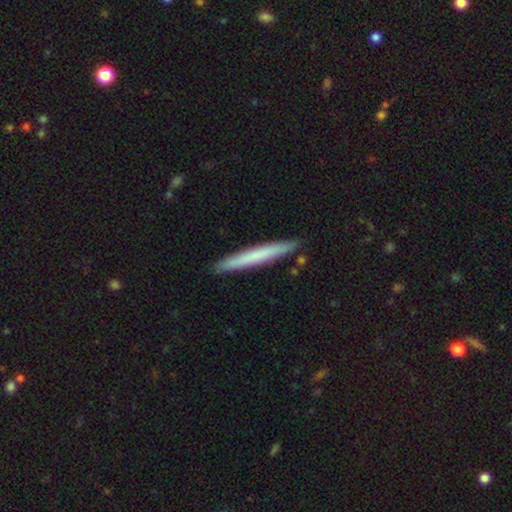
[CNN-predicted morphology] A smooth galaxy with no disk features (66%) that is cigar-shaped (97%). Merging: none (90%).